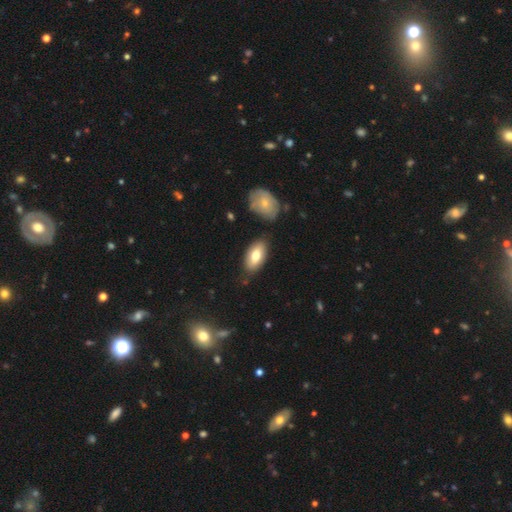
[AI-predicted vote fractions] This appears to be a smooth galaxy with no disk features (75%) that is in between round and cigar-shaped (92%). Merging: none (79%).